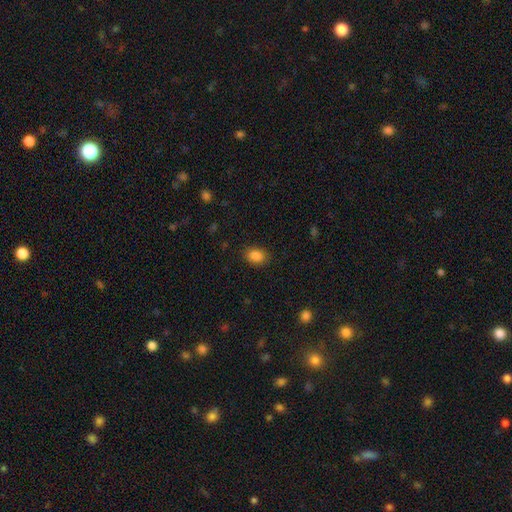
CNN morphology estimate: Smooth or featured? smooth (86%)
How rounded? in between (73%)
Merging? none (87%)